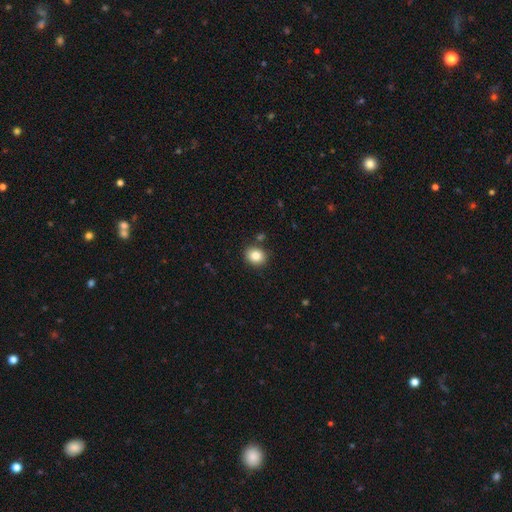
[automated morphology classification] type=smooth (83%); roundness=round (72%); merging=none (85%).